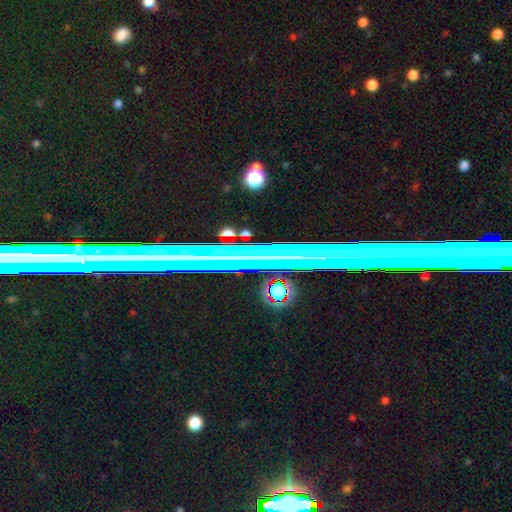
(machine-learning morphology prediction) Overall: star or artifact (58%; featured or disk 29%).